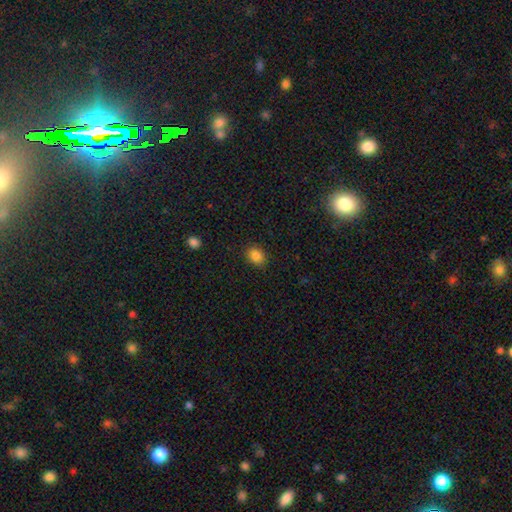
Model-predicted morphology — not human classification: Smooth or featured? smooth (84%)
How rounded? round (54%)
Merging? none (88%)